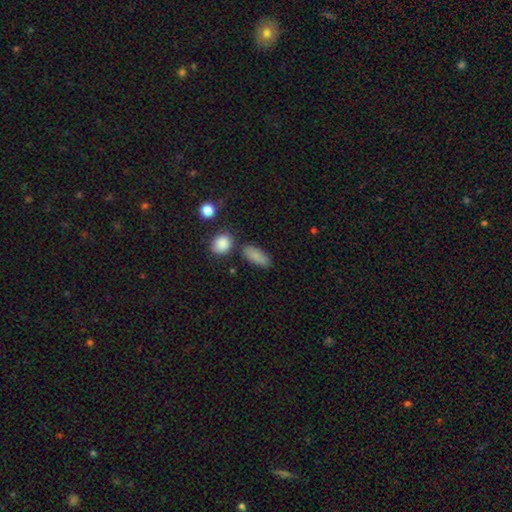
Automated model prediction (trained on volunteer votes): Smooth or featured? smooth (86%)
How rounded? in between (82%)
Merging? none (76%)